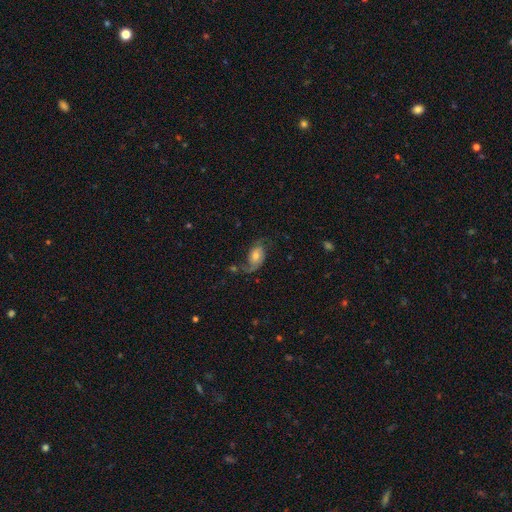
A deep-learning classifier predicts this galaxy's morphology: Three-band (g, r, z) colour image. It shows a featured or disk galaxy (59%) with no bar (66%), spiral arms (87%) and a moderate central bulge (56%). Merging: none (47%).